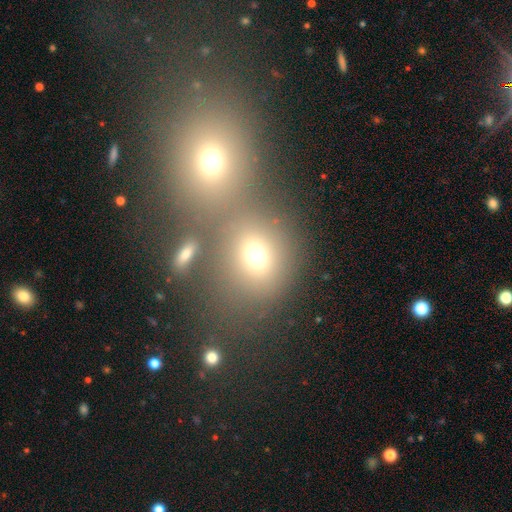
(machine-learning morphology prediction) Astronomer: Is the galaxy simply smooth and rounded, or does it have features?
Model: smooth — 68%.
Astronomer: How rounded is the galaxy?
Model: round — 67%.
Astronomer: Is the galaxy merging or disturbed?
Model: merger — 45% (runner-up: none, 42%).